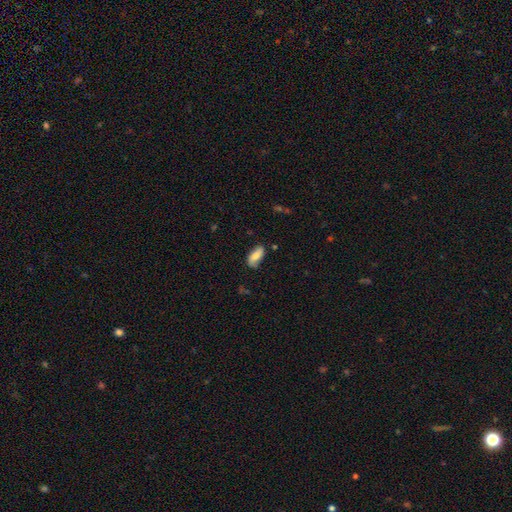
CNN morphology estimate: Smooth or featured? Predicted: smooth (p=0.62). How rounded? Predicted: in between (p=0.86). Merging? Predicted: none (p=0.73).